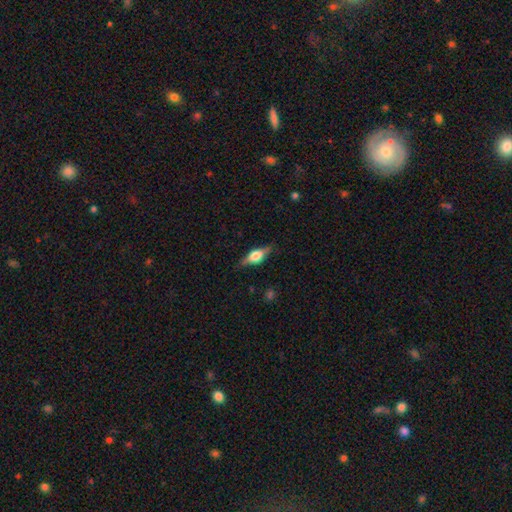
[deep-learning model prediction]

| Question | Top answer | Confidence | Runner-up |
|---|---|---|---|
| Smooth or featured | featured or disk | 62% | smooth (31%) |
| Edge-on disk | yes | 95% | no (5%) |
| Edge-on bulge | rounded | 88% | boxy (10%) |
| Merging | none | 81% | minor disturbance (14%) |